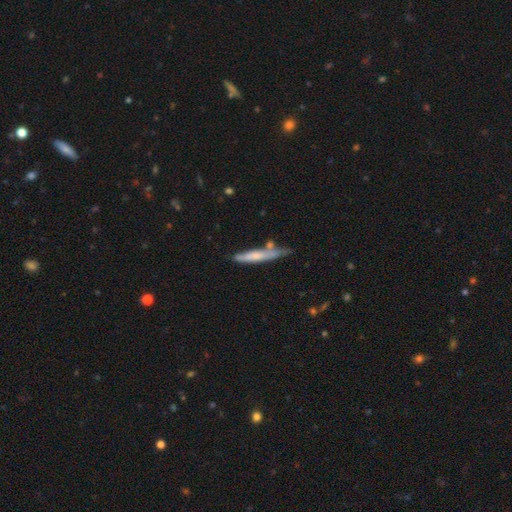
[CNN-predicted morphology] A smooth galaxy with no disk features (58%) that is cigar-shaped (93%).

Vote fractions:
- Smooth or featured? smooth: 58% / featured or disk: 36% / star or artifact: 6%
- How rounded? cigar-shaped: 93% / in between: 6% / round: 1%
- Merging? none: 59% / minor disturbance: 25% / merger: 10% / major disturbance: 6%